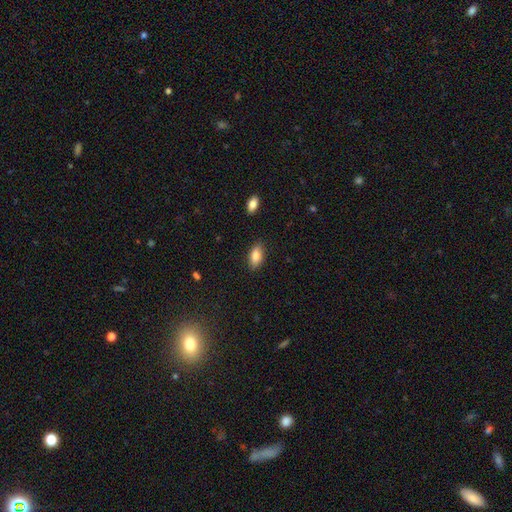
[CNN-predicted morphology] smooth 85%, featured or disk 8%, star or artifact 7%. Down the decision tree: how rounded — in between (91%); merging — none (87%).